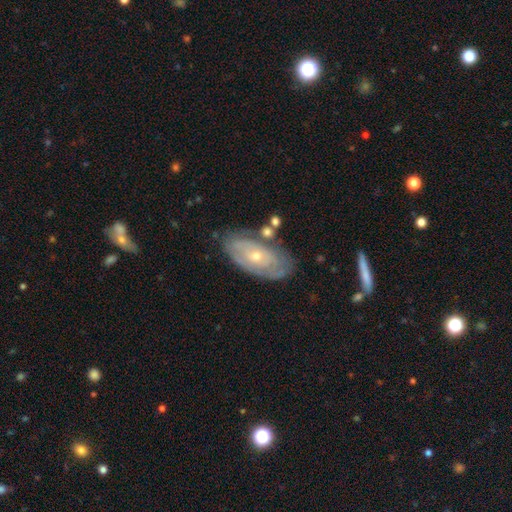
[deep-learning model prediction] The model was most divided on "bulge size": small: 61%, moderate: 35%, large: 1%, none: 1%, dominant: 1%. More confident: edge-on disk — no (90%); bar — no (81%); merging — none (70%); smooth or featured — featured or disk (68%); spiral arms — yes (64%).